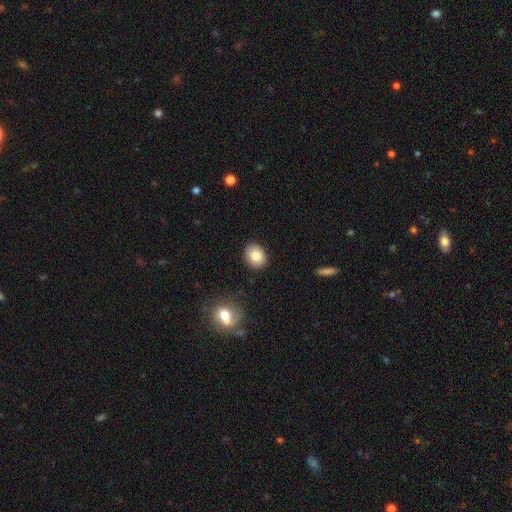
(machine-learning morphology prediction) type=smooth (85%); roundness=in between (54%); merging=none (88%).